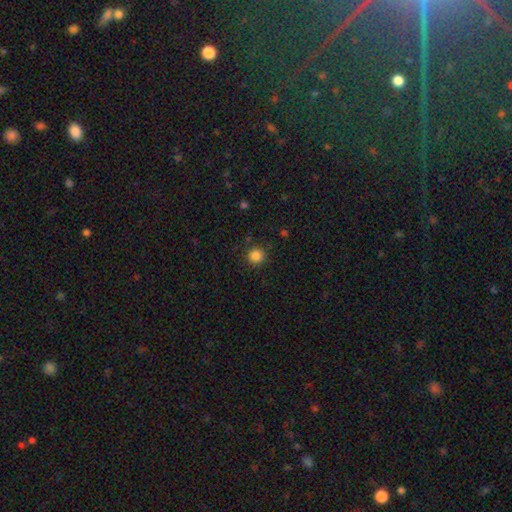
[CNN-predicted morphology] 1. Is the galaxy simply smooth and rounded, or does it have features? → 85% smooth, 12% star or artifact, 3% featured or disk.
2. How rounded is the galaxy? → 94% round, 5% in between, 1% cigar-shaped.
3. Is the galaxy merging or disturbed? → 89% none, 7% minor disturbance, 2% major disturbance, 1% merger.